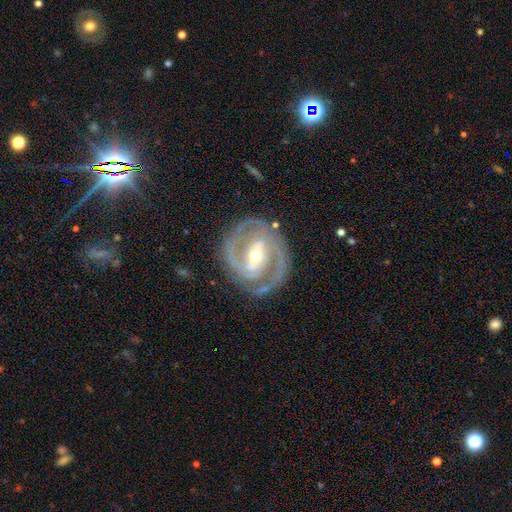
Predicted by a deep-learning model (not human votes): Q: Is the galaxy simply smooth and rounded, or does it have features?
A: featured or disk — 91%.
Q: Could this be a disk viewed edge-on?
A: no — 97%.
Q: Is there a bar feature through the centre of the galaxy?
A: strong — 49%.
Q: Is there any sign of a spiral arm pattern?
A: yes — 97%.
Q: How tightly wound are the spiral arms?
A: tight — 52%.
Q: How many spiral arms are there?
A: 2 — 78%.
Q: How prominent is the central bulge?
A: moderate — 56%.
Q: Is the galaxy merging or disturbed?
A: none — 80%.